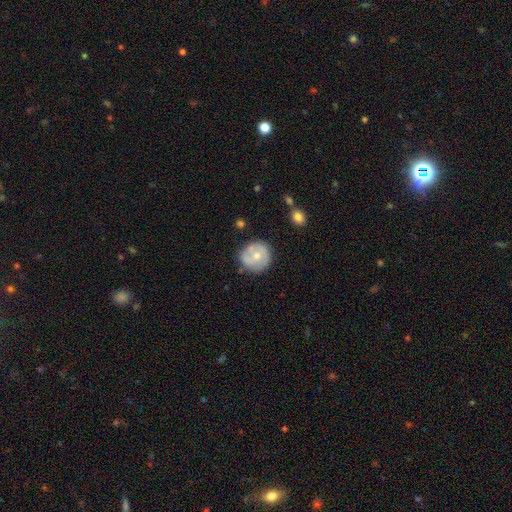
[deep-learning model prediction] Smooth or featured? smooth (50%)
Merging? none (75%)